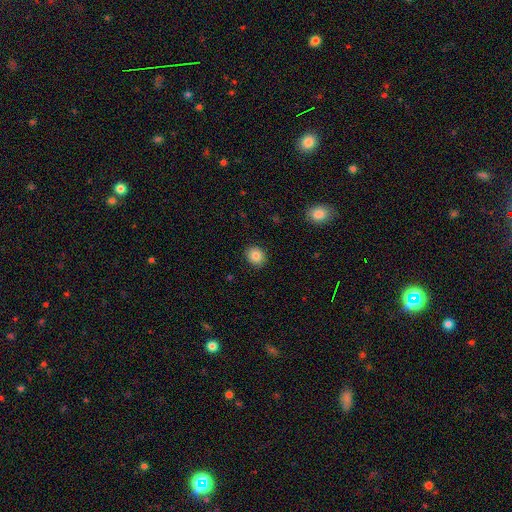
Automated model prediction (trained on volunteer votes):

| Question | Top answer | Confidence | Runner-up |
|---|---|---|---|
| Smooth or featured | smooth | 84% | star or artifact (9%) |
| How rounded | round | 73% | in between (26%) |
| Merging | none | 90% | minor disturbance (7%) |